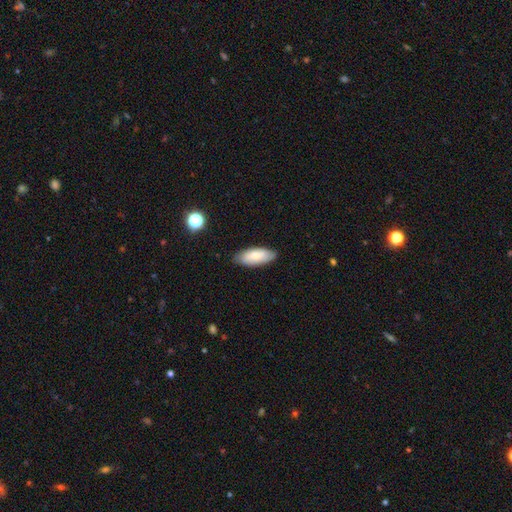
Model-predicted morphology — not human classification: This appears to be a smooth galaxy with no disk features (78%) that is in between round and cigar-shaped (81%). Merging: none (84%).